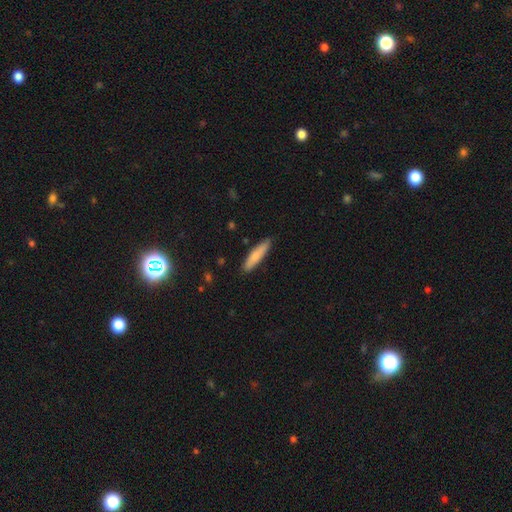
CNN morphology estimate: This is likely a smooth galaxy (76%). How rounded: clearly cigar-shaped (82%). Merging: clearly none (87%).